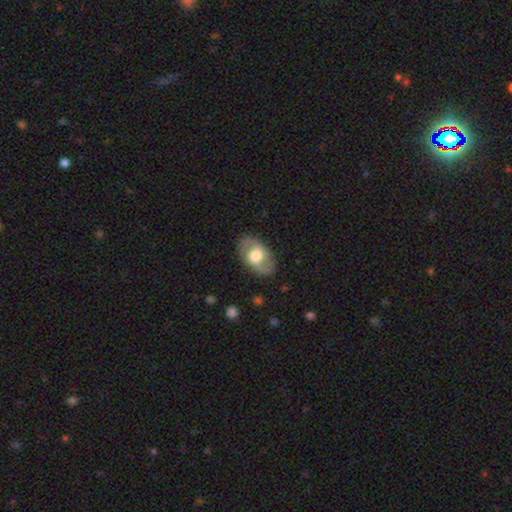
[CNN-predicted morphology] Smooth or featured? Predicted: featured or disk (p=0.59). Edge-on disk? Predicted: no (p=0.93). Bar? Predicted: no (p=0.57). Spiral arms? Predicted: yes (p=0.64). Bulge size? Predicted: large (p=0.46). Merging? Predicted: none (p=0.83).